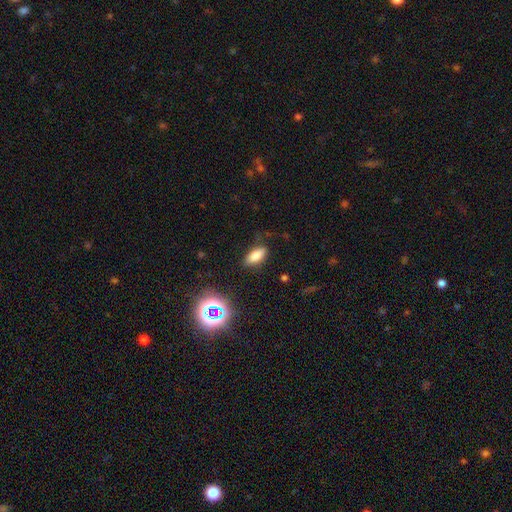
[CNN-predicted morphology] Overall: smooth (79%). How rounded: in between (83%). Merging: none (80%).